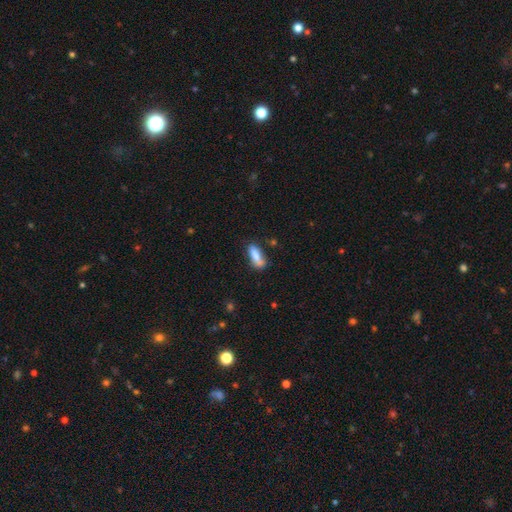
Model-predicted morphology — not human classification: smooth-or-featured: smooth: 80% | featured or disk: 12% | star or artifact: 7%
  how-rounded: in between: 62% | cigar-shaped: 36% | round: 2%
  merging: none: 61% | minor disturbance: 24% | merger: 8% | major disturbance: 7%